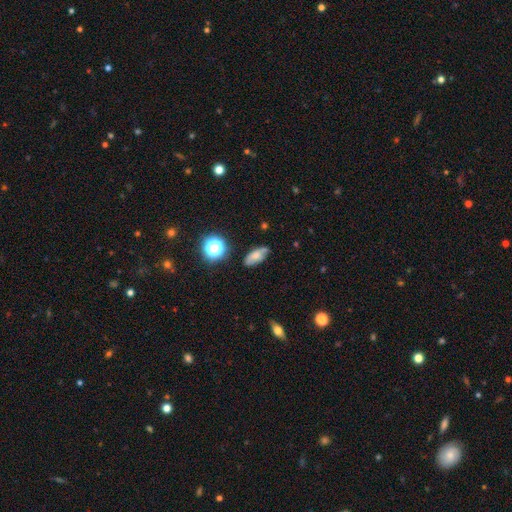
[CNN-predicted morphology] smooth 62%, featured or disk 22%, star or artifact 15%. Down the decision tree: how rounded — in between (80%); merging — none (67%).